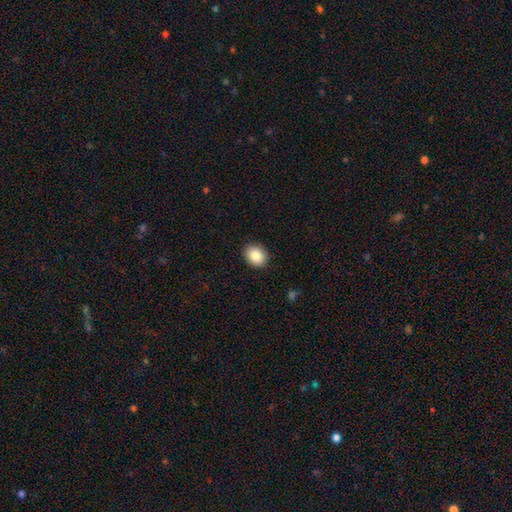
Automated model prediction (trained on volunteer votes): Overall: smooth (87%). How rounded: in between (58%; round 41%). Merging: none (89%).